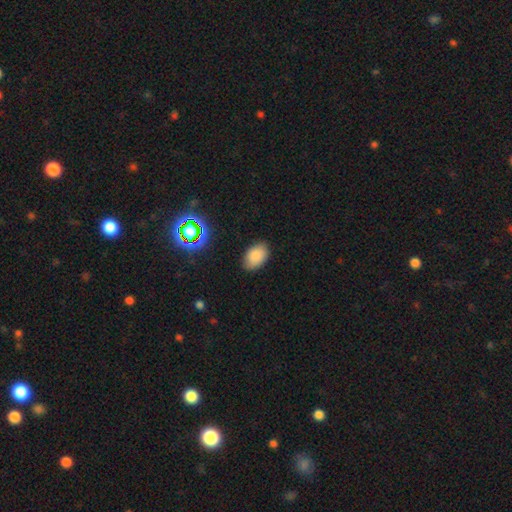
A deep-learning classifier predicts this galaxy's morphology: This appears to be a smooth galaxy with no disk features (83%) that is in between round and cigar-shaped (88%). Merging: none (83%).